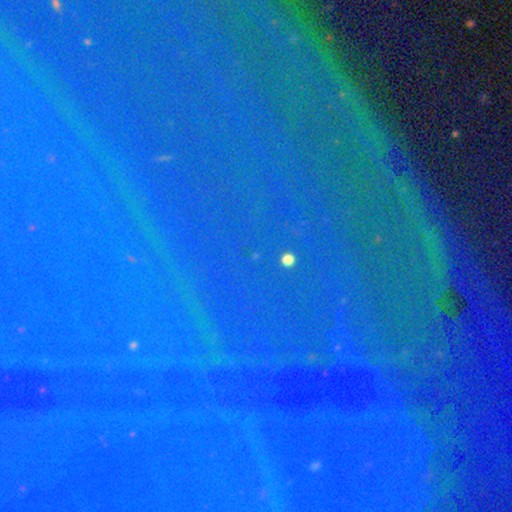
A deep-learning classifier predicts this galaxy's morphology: Smooth or featured?
  - star or artifact: 83% *
  - smooth: 9%
  - featured or disk: 8%